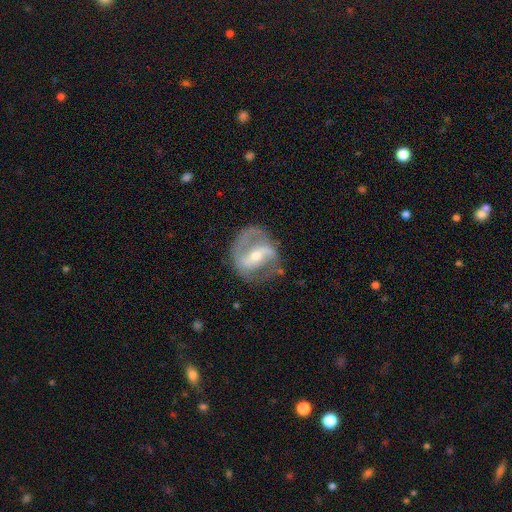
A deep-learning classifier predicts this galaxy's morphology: Overall: featured or disk (86%). Edge-on disk: no (96%). Bar: strong (52%; weak 33%). Spiral arms: yes (90%). Spiral arm count: 2 (86%). Spiral winding: medium (50%; loose 29%). Bulge size: moderate (48%; small 47%). Merging: none (71%).